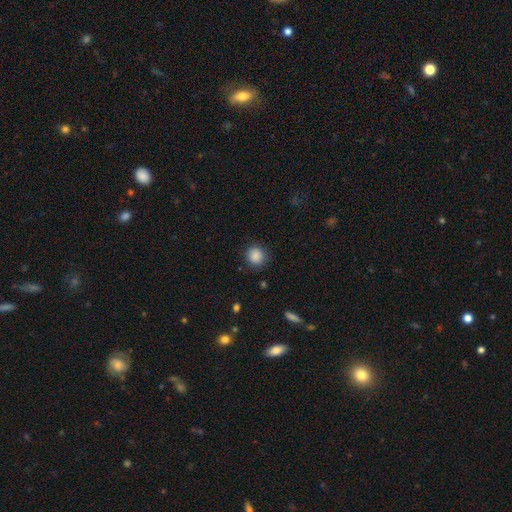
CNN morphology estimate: Overall: smooth (87%). How rounded: round (89%). Merging: none (87%).